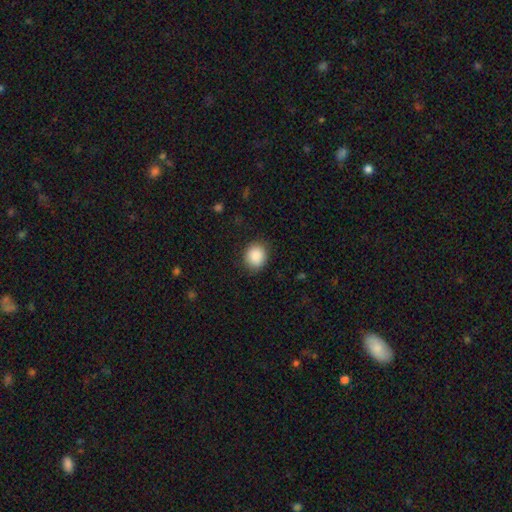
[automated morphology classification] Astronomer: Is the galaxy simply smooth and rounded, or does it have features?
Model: smooth — 89%.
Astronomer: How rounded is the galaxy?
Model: round — 78%.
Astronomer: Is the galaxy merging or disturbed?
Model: none — 86%.